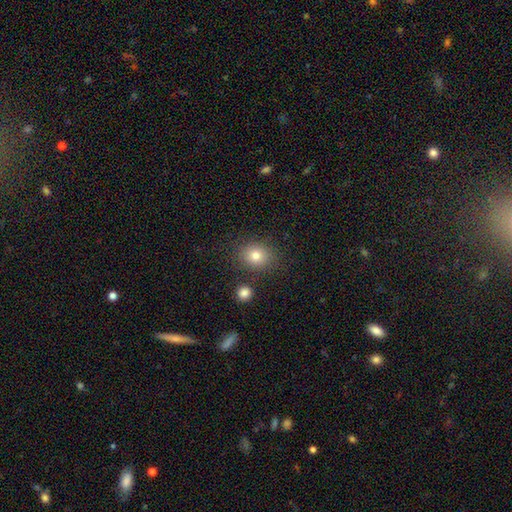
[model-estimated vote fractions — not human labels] smooth_or_featured: smooth (p=0.79) [alt: star or artifact p=0.12]
how_rounded: round (p=0.68) [alt: in between p=0.31]
merging: none (p=0.83) [alt: minor disturbance p=0.09]